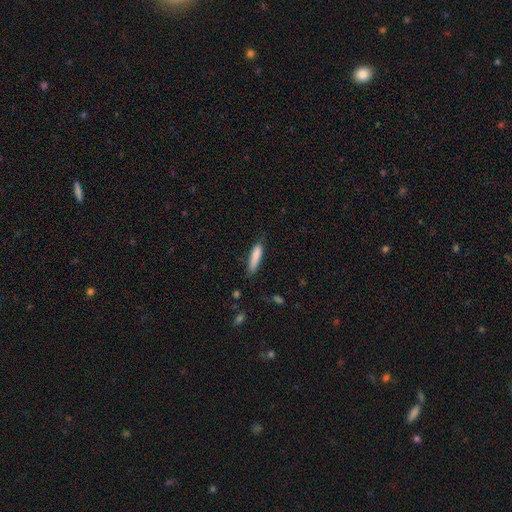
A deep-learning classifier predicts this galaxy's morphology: This appears to be a smooth galaxy with no disk features (84%) that is cigar-shaped (75%). Merging: none (72%).